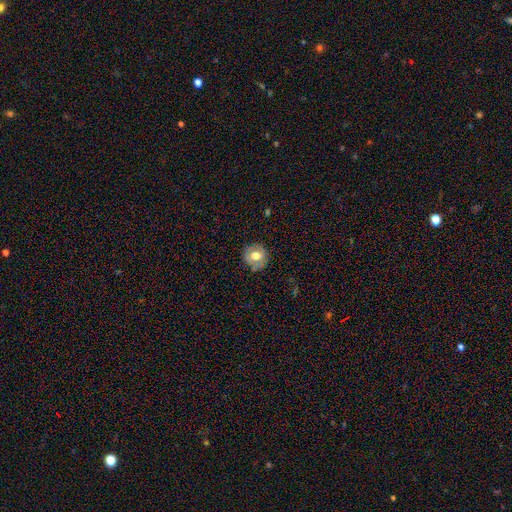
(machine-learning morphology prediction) type=smooth (62%); roundness=round (87%); merging=none (82%).